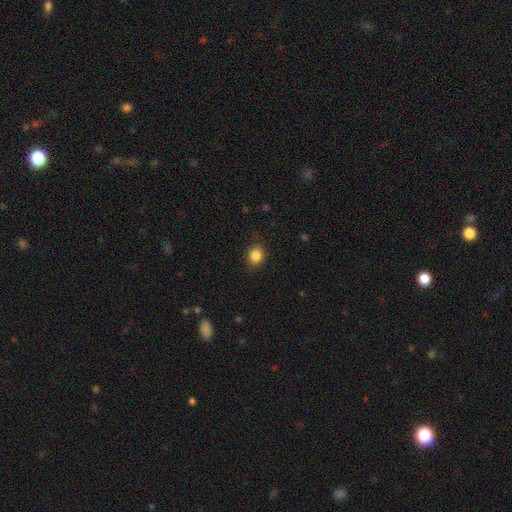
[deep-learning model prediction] A smooth galaxy with no disk features (85%) that is round (66%). Merging: none (85%).